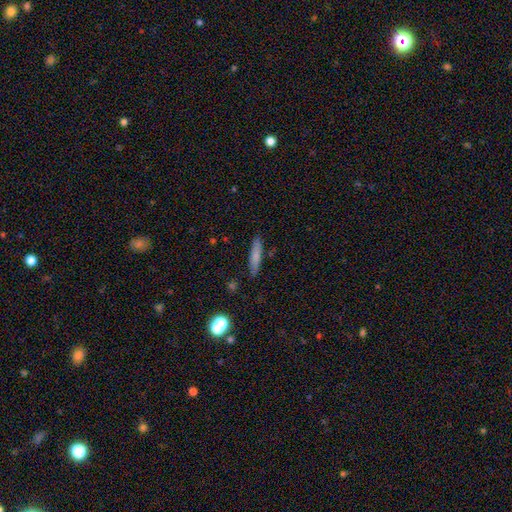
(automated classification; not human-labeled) Smooth or featured? Predicted: smooth (p=0.73). How rounded? Predicted: cigar-shaped (p=0.83). Merging? Predicted: none (p=0.85).